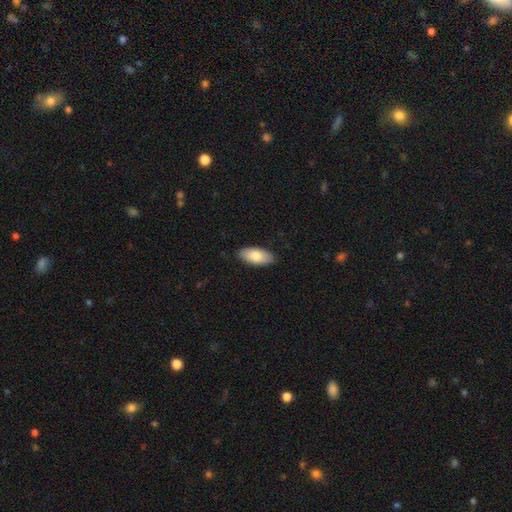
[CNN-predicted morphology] Overall: smooth (80%). How rounded: in between (92%). Merging: none (88%).